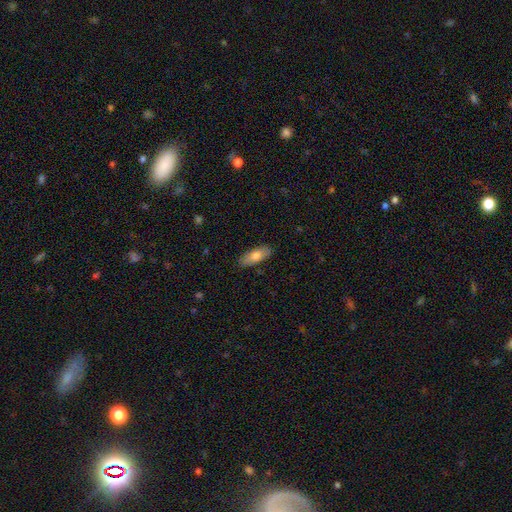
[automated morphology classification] Smooth or featured? Predicted: smooth (p=0.75). How rounded? Predicted: in between (p=0.75). Merging? Predicted: none (p=0.87).